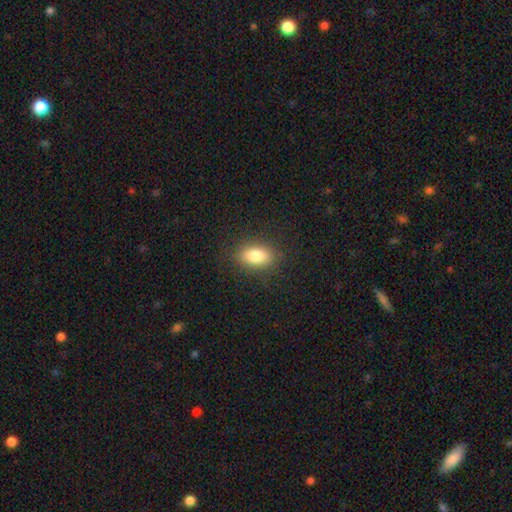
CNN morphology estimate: smooth-or-featured: smooth: 83% | star or artifact: 9% | featured or disk: 8%
  how-rounded: in between: 88% | round: 7% | cigar-shaped: 5%
  merging: none: 86% | minor disturbance: 9% | major disturbance: 3% | merger: 1%